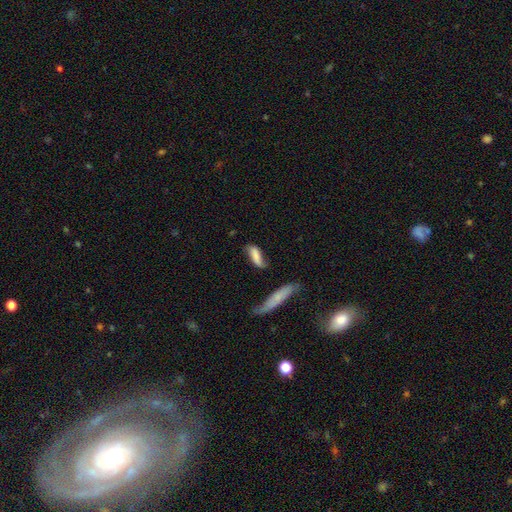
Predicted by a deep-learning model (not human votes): The model was most divided on "how rounded": in between: 54%, cigar-shaped: 43%, round: 3%. More confident: smooth or featured — smooth (66%); merging — none (51%).